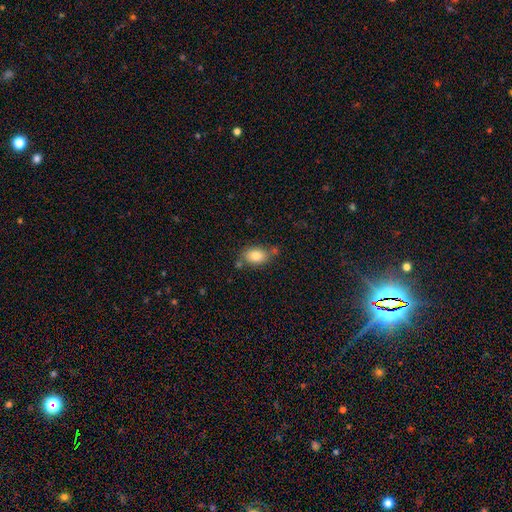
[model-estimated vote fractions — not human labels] Q: Smooth or featured?
A: smooth (81%); runner-up: featured or disk (10%)
Q: How rounded?
A: in between (80%); runner-up: round (19%)
Q: Merging?
A: none (65%); runner-up: minor disturbance (19%)